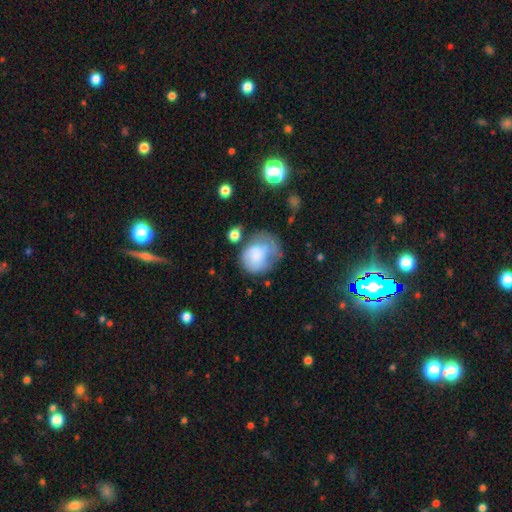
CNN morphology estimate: A smooth galaxy with no disk features (65%) that is round (63%).

Vote fractions:
- Smooth or featured? smooth: 65% / featured or disk: 26% / star or artifact: 9%
- How rounded? round: 63% / in between: 36% / cigar-shaped: 1%
- Merging? major disturbance: 32% / none: 31% / minor disturbance: 28% / merger: 8%